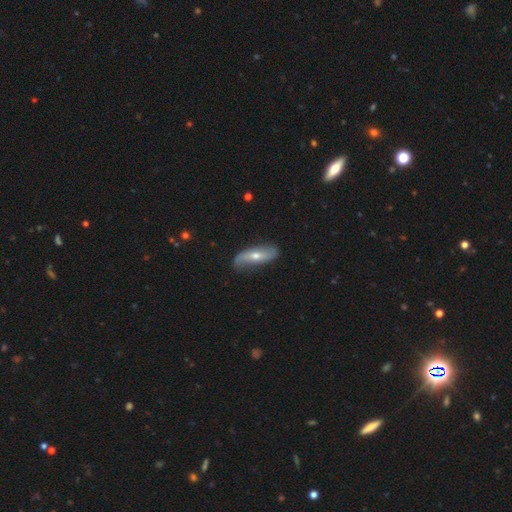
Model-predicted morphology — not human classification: Smooth or featured? Predicted: featured or disk (p=0.65). Edge-on disk? Predicted: no (p=0.77). Bar? Predicted: no (p=0.48). Spiral arms? Predicted: yes (p=0.83). Bulge size? Predicted: moderate (p=0.54). Merging? Predicted: none (p=0.75).